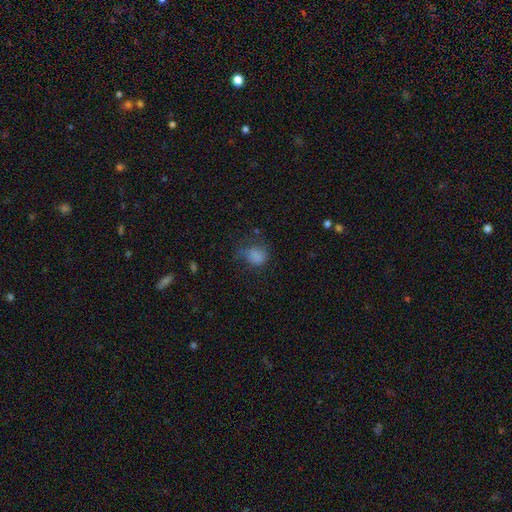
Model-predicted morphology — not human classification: smooth_or_featured: smooth (p=0.77) [alt: star or artifact p=0.13]
how_rounded: in between (p=0.56) [alt: round p=0.43]
merging: none (p=0.35) [alt: minor disturbance p=0.31]